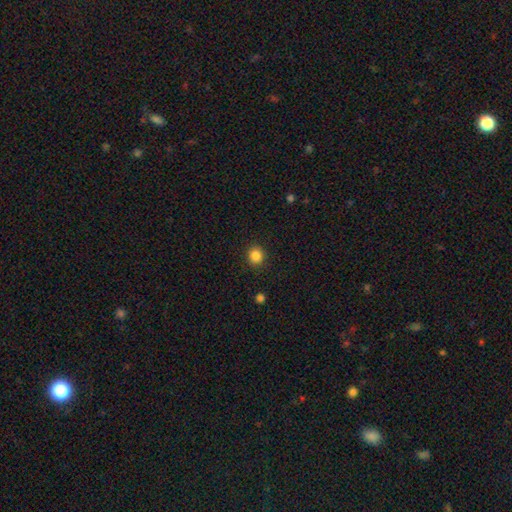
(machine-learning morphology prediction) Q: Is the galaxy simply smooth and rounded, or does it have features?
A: smooth — 86%.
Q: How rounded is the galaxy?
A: round — 88%.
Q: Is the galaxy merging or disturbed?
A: none — 91%.